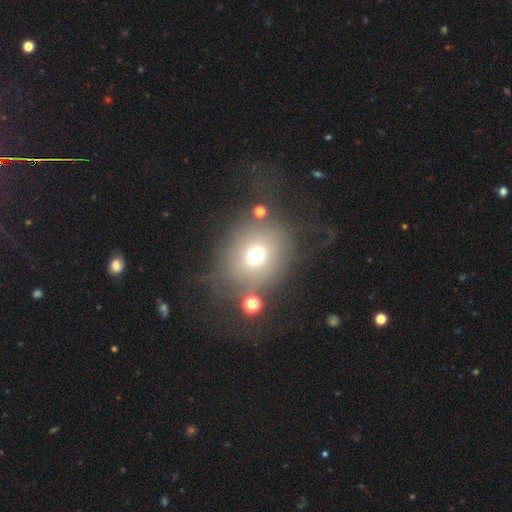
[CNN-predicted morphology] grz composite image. It shows a smooth galaxy with no disk features (66%) that is round (73%). Merging: none (57%).